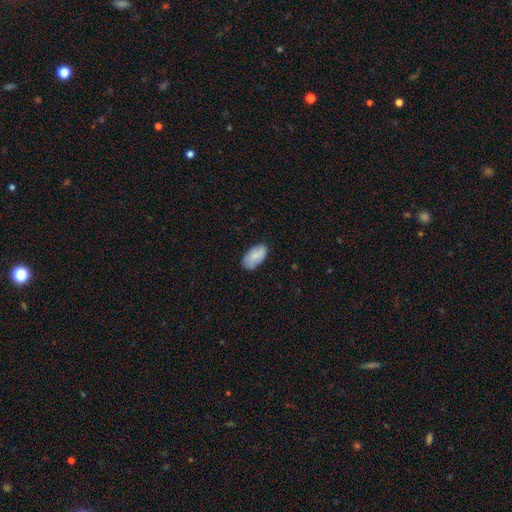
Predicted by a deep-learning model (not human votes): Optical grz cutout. It shows a smooth galaxy with no disk features (82%) that is in between round and cigar-shaped (95%). Merging: none (77%).